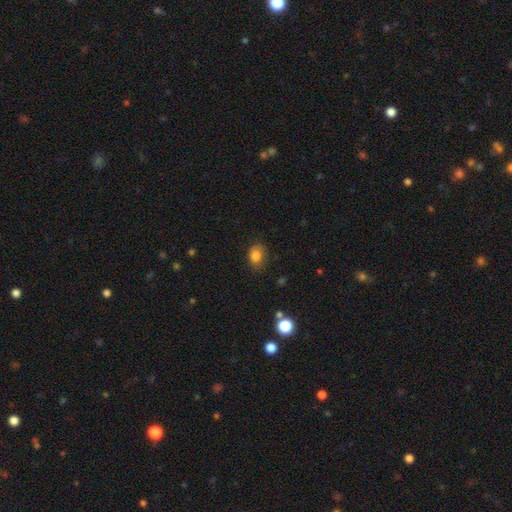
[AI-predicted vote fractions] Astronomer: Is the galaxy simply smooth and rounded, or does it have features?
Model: smooth — 83%.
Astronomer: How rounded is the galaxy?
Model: in between — 64%.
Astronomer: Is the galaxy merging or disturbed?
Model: none — 77%.